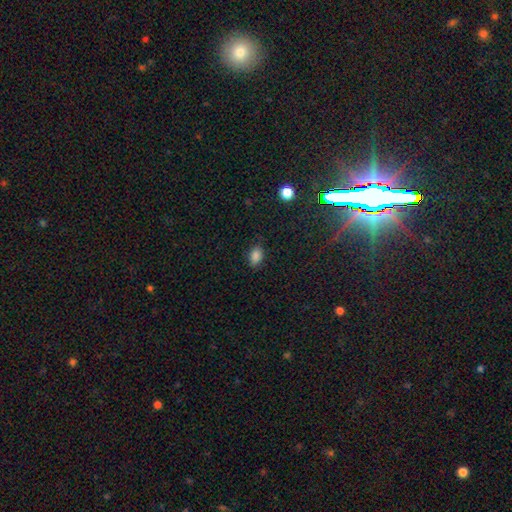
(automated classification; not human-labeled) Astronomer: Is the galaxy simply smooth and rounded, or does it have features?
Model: smooth — 84%.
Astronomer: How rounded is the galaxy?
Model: in between — 85%.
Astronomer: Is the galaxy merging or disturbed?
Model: none — 81%.